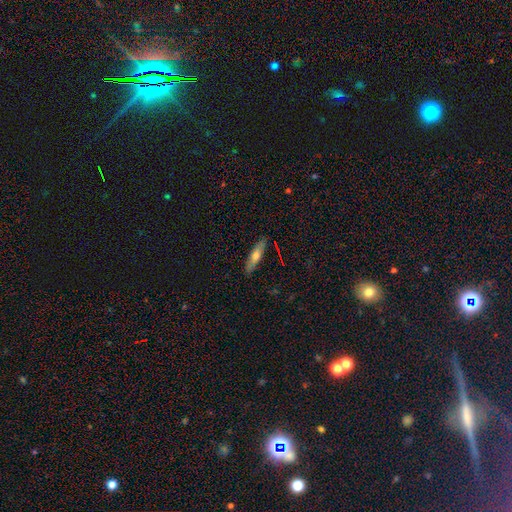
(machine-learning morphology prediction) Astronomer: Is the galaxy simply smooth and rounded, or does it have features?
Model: smooth — 54% (runner-up: featured or disk, 39%).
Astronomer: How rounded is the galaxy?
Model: cigar-shaped — 75%.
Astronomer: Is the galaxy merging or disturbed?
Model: none — 86%.